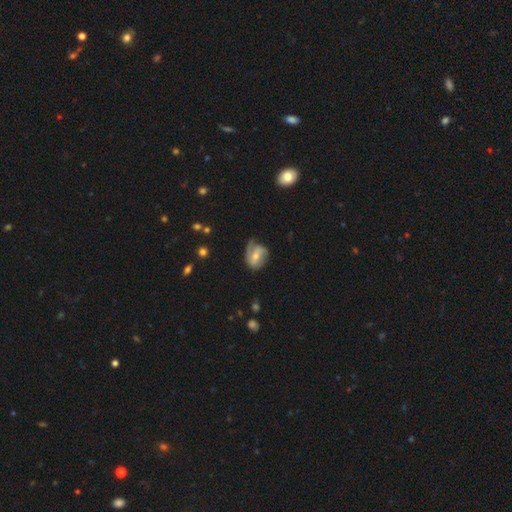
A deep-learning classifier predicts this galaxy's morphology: Smooth or featured: featured or disk — 66% (smooth — 28%)
Edge-on disk: no — 96% (yes — 4%)
Bar: weak — 44% (no — 29%)
Spiral arms: yes — 85% (no — 15%)
Spiral winding: medium — 41% (tight — 30%)
Spiral arm count: 2 — 54% (1 — 21%)
Bulge size: moderate — 51% (small — 44%)
Merging: none — 50% (minor disturbance — 31%)